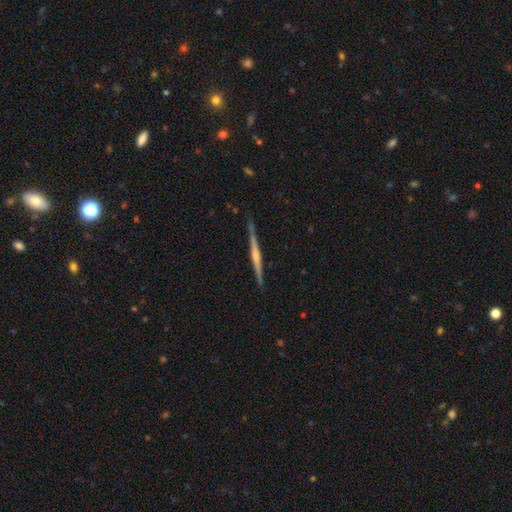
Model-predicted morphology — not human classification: Smooth or featured? Predicted: featured or disk (p=0.74). Edge-on disk? Predicted: yes (p=0.98). Edge-on bulge? Predicted: rounded (p=0.51). Merging? Predicted: none (p=0.89).